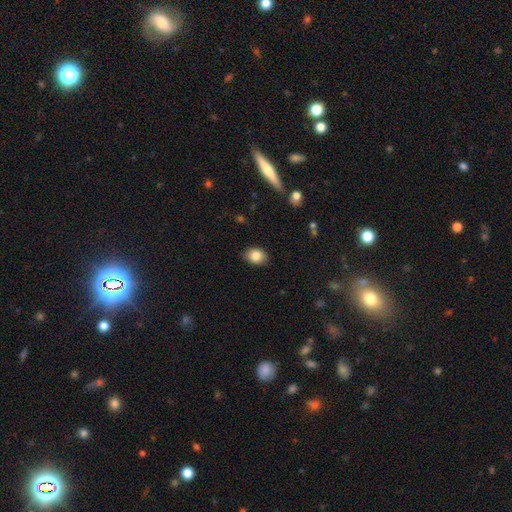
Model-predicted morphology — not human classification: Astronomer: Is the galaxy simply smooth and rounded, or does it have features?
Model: smooth — 84%.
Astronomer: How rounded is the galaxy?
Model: in between — 68%.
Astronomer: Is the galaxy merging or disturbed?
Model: none — 85%.